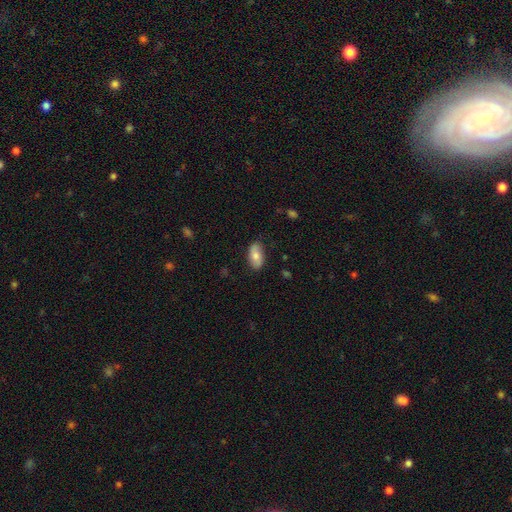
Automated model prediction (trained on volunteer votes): A smooth galaxy with no disk features (76%) that is in between round and cigar-shaped (93%).

Vote fractions:
- Smooth or featured? smooth: 76% / featured or disk: 18% / star or artifact: 6%
- How rounded? in between: 93% / cigar-shaped: 4% / round: 3%
- Merging? none: 81% / minor disturbance: 15% / major disturbance: 3% / merger: 1%